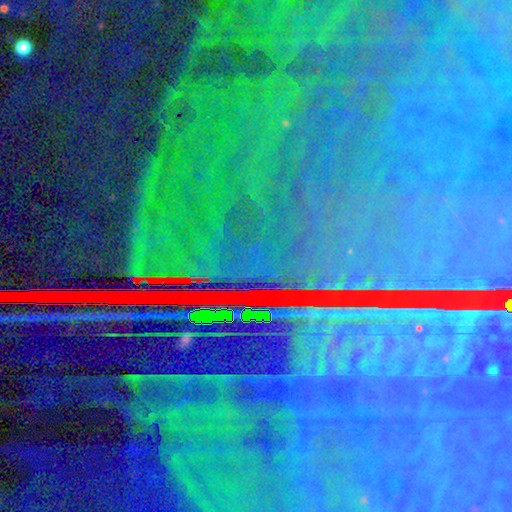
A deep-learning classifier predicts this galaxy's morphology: This is clearly a star or artifact rather than a galaxy (88%).